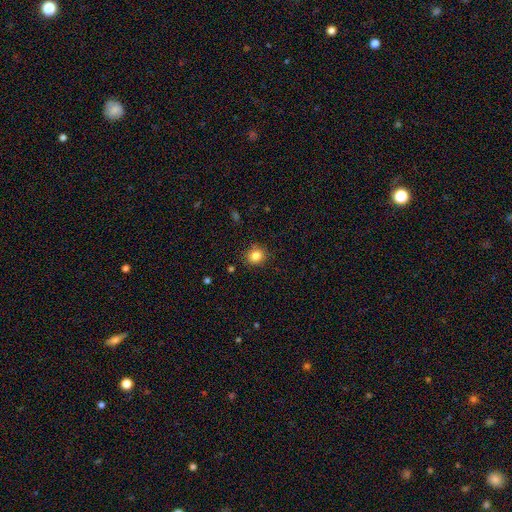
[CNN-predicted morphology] Smooth or featured? smooth (83%)
How rounded? round (86%)
Merging? none (87%)